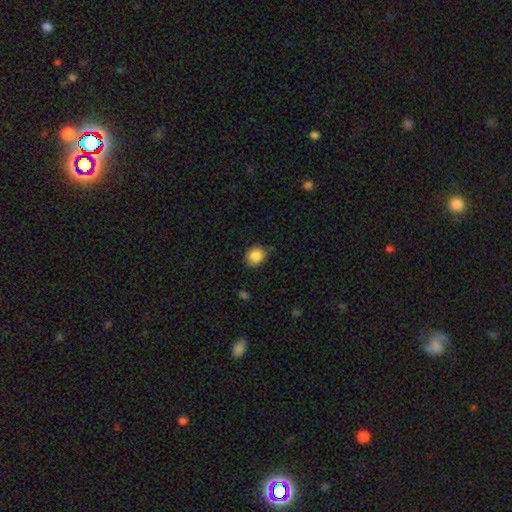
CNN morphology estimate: Smooth or featured? Predicted: smooth (p=0.87). How rounded? Predicted: round (p=0.74). Merging? Predicted: none (p=0.80).